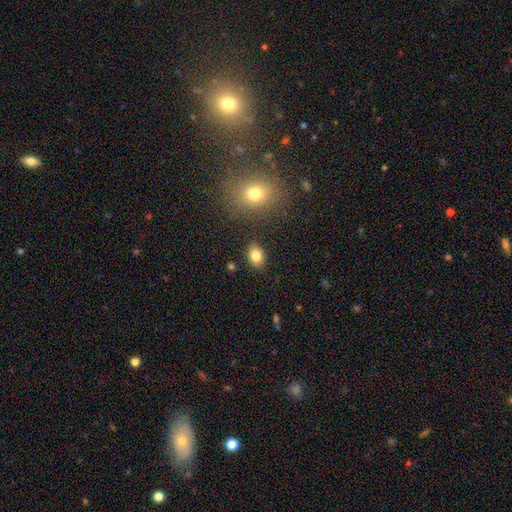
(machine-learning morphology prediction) This is clearly a smooth galaxy (82%). How rounded: likely in between (74%). Merging: clearly none (86%).